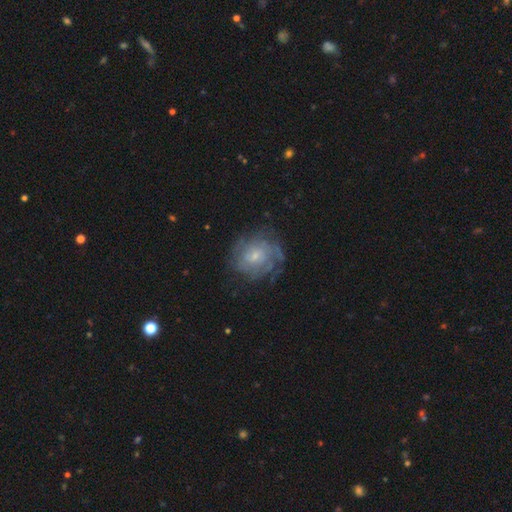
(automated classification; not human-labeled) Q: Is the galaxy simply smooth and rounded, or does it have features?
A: featured or disk — 71%.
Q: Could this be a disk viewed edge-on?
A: no — 97%.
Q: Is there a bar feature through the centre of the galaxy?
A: no — 65%.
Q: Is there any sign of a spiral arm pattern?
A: yes — 85%.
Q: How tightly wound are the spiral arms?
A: tight — 62%.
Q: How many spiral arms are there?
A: can't tell — 54%.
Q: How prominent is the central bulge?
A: small — 62%.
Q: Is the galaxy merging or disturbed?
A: none — 70%.